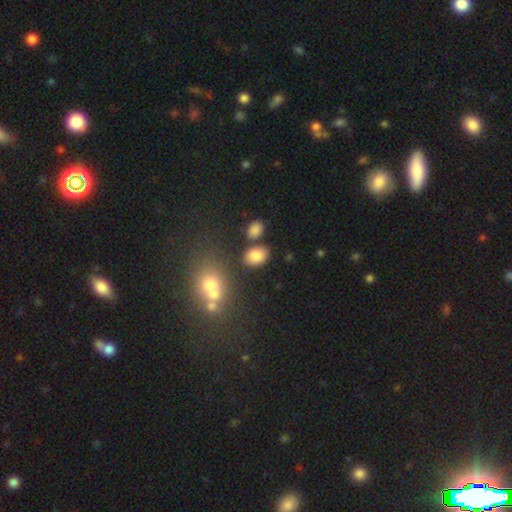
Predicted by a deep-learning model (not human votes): smooth 82%, star or artifact 11%, featured or disk 7%. Down the decision tree: how rounded — in between (75%); merging — none (76%).